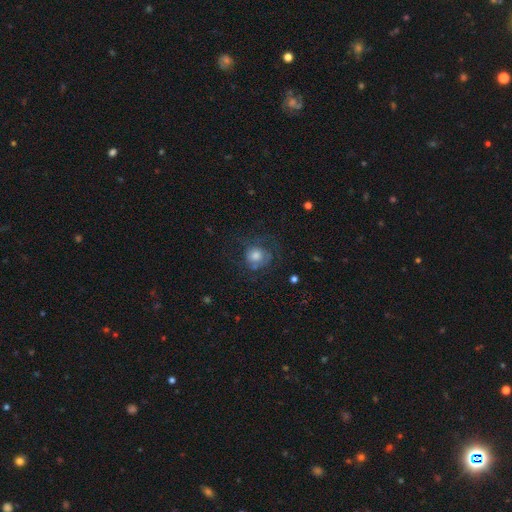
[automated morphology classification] The model was most divided on "smooth or featured": smooth: 60%, featured or disk: 28%, star or artifact: 12%. More confident: how rounded — round (82%); merging — none (55%).